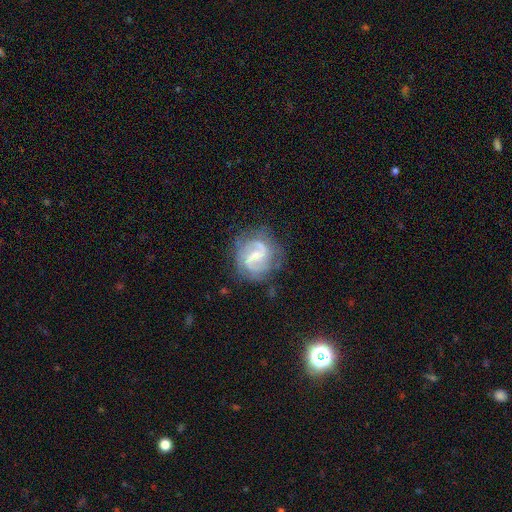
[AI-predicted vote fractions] Smooth or featured? Predicted: featured or disk (p=0.86). Edge-on disk? Predicted: no (p=0.98). Bar? Predicted: weak (p=0.52). Spiral arms? Predicted: yes (p=0.95). Spiral winding? Predicted: medium (p=0.51). Spiral arm count? Predicted: 2 (p=0.86). Bulge size? Predicted: small (p=0.52). Merging? Predicted: none (p=0.73).